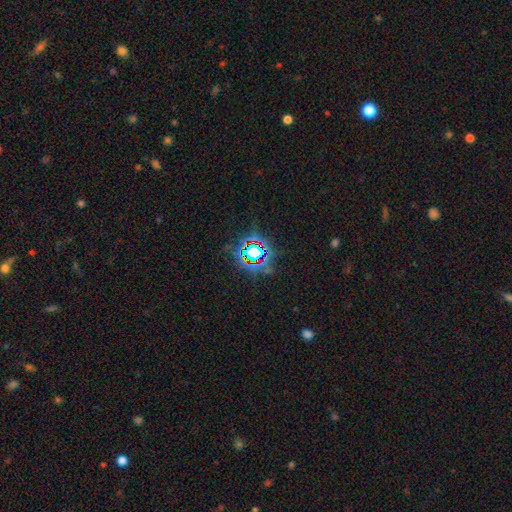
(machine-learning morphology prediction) smooth_or_featured: star or artifact (p=0.73) [alt: smooth p=0.15]